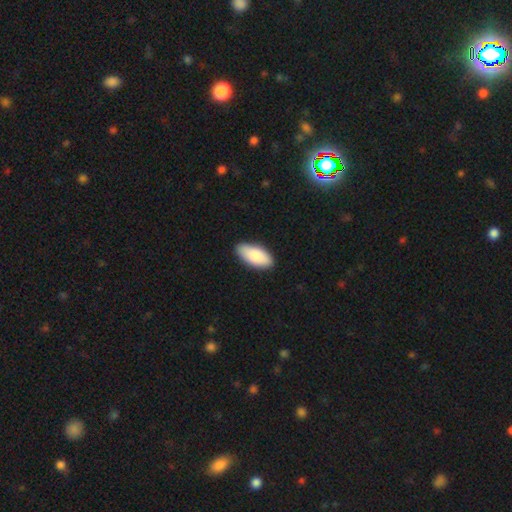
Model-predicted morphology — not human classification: The model was most divided on "merging": none: 87%, minor disturbance: 10%, major disturbance: 2%, merger: 1%. More confident: how rounded — in between (92%); smooth or featured — smooth (87%).